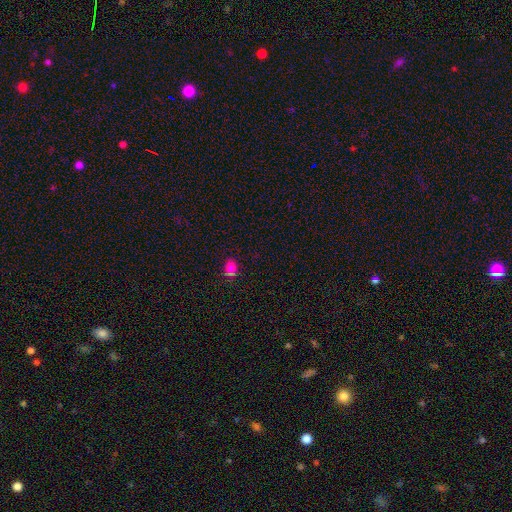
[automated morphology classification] Q: Smooth or featured?
A: smooth (55%); runner-up: star or artifact (38%)
Q: How rounded?
A: round (60%); runner-up: in between (38%)
Q: Merging?
A: none (72%); runner-up: minor disturbance (13%)